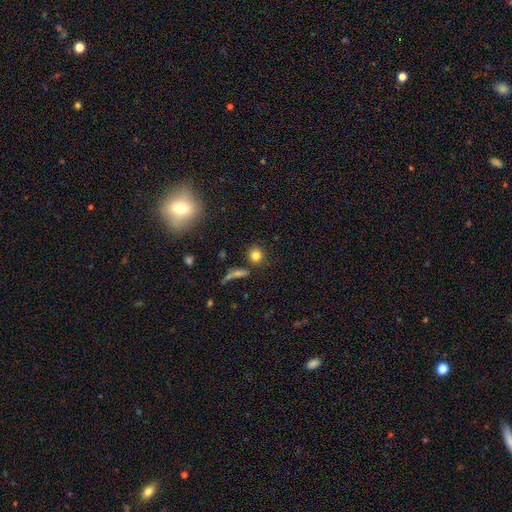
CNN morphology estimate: Smooth or featured? Predicted: smooth (p=0.81). How rounded? Predicted: round (p=0.89). Merging? Predicted: none (p=0.82).